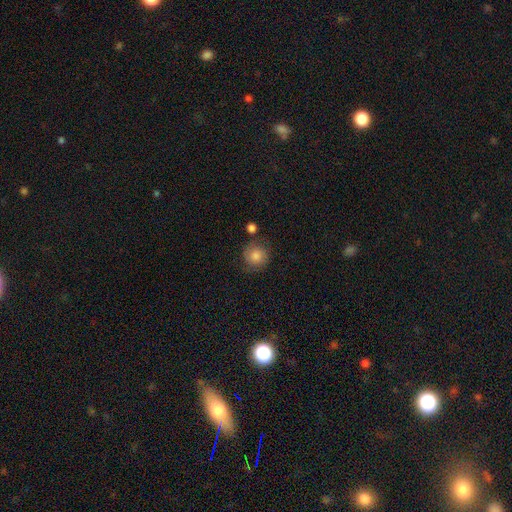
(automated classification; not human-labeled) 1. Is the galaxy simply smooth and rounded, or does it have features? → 76% smooth, 14% featured or disk, 9% star or artifact.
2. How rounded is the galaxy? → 91% round, 8% in between, 1% cigar-shaped.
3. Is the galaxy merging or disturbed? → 75% none, 15% minor disturbance, 5% merger, 5% major disturbance.